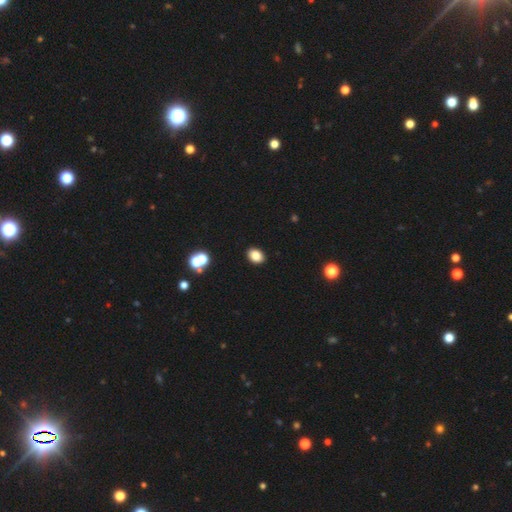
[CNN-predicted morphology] Smooth or featured? Predicted: smooth (p=0.84). How rounded? Predicted: in between (p=0.70). Merging? Predicted: none (p=0.90).